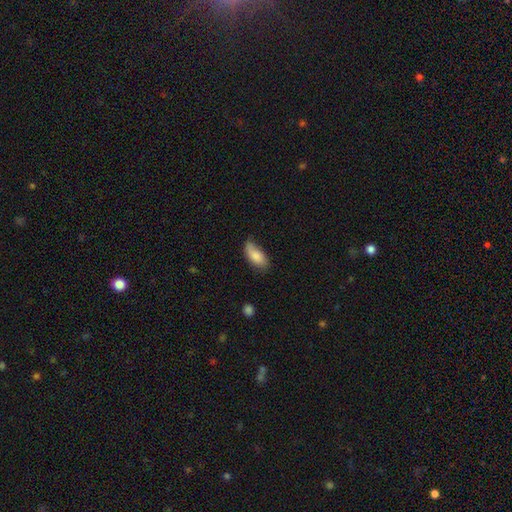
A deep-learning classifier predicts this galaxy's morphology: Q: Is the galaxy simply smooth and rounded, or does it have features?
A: smooth — 81%.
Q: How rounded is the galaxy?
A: in between — 88%.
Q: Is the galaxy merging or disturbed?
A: none — 56%.